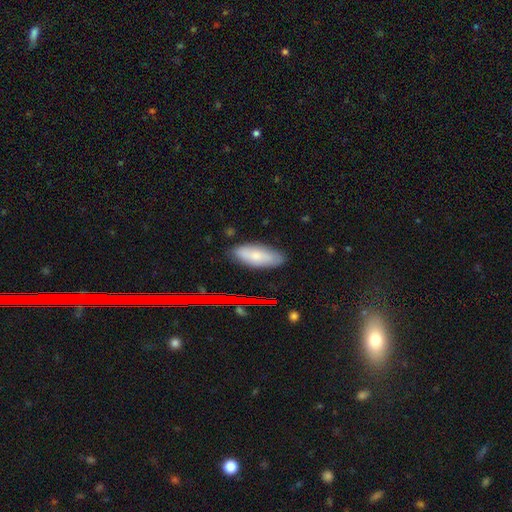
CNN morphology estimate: Smooth or featured: smooth — 70% (featured or disk — 21%)
How rounded: in between — 80% (cigar-shaped — 18%)
Merging: none — 81% (minor disturbance — 15%)